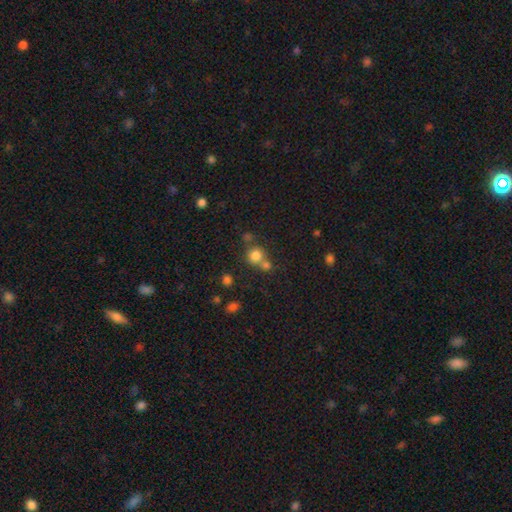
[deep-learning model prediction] smooth-or-featured: smooth: 78% | star or artifact: 14% | featured or disk: 8%
  how-rounded: round: 89% | in between: 10% | cigar-shaped: 1%
  merging: none: 54% | merger: 35% | minor disturbance: 8% | major disturbance: 4%